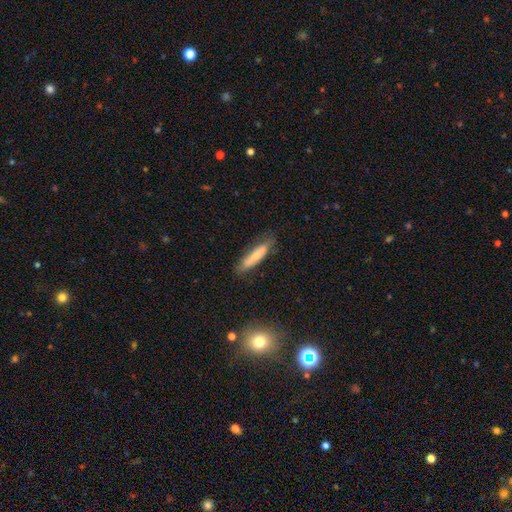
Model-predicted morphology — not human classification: This appears to be a smooth galaxy with no disk features (66%) that is cigar-shaped (75%). Merging: none (73%).